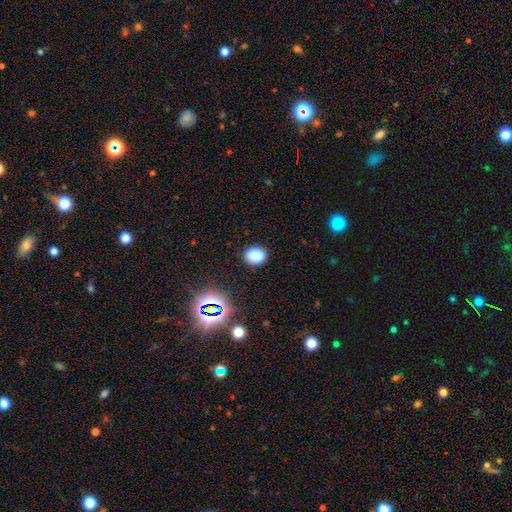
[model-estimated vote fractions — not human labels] A smooth galaxy with no disk features (83%) that is round (50%). Merging: none (87%).